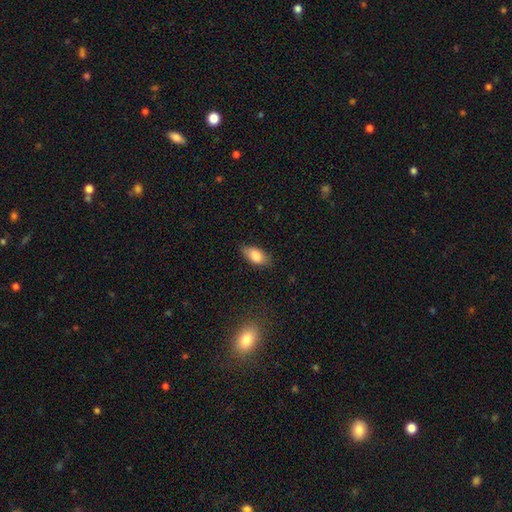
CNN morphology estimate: smooth_or_featured: smooth (p=0.82) [alt: featured or disk p=0.10]
how_rounded: in between (p=0.89) [alt: cigar-shaped p=0.08]
merging: none (p=0.80) [alt: minor disturbance p=0.16]